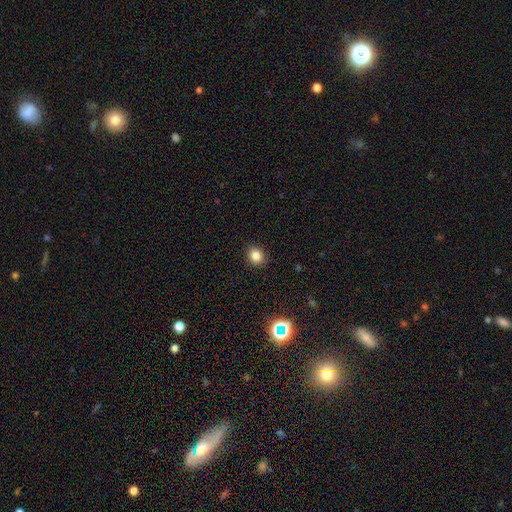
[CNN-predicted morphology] A smooth galaxy with no disk features (83%) that is round (74%).

Vote fractions:
- Smooth or featured? smooth: 83% / star or artifact: 12% / featured or disk: 5%
- How rounded? round: 74% / in between: 25% / cigar-shaped: 1%
- Merging? none: 91% / minor disturbance: 6% / major disturbance: 2% / merger: 1%